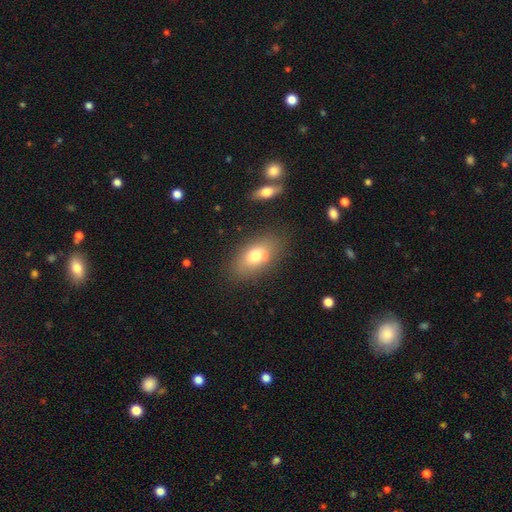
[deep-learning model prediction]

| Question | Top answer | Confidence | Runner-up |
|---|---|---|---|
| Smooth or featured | smooth | 72% | featured or disk (19%) |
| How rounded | in between | 87% | round (9%) |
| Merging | none | 75% | minor disturbance (15%) |